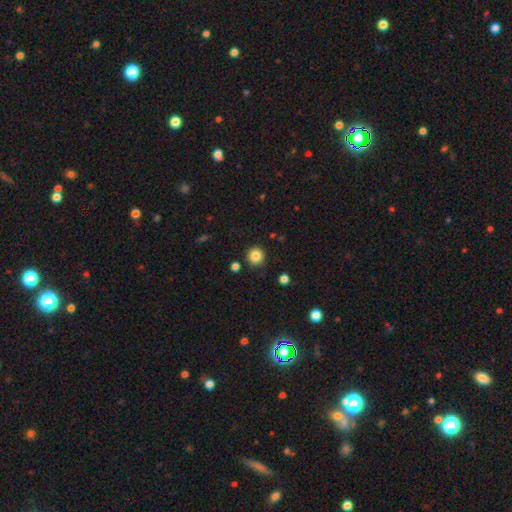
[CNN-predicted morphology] This appears to be a smooth galaxy with no disk features (84%) that is round (93%). Merging: none (87%).